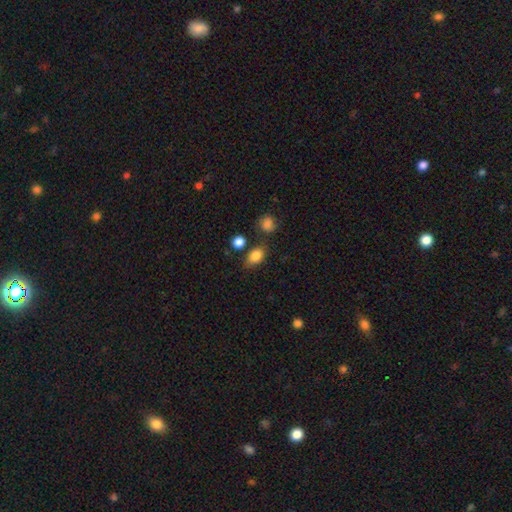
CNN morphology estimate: Smooth or featured? Predicted: smooth (p=0.84). How rounded? Predicted: in between (p=0.80). Merging? Predicted: none (p=0.72).